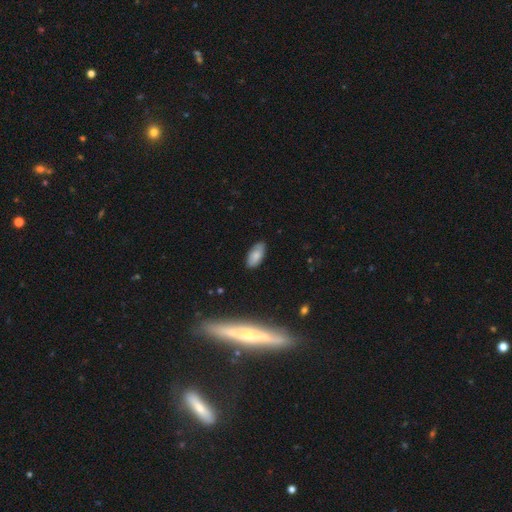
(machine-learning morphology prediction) The model was most divided on "smooth or featured": smooth: 74%, featured or disk: 17%, star or artifact: 9%. More confident: how rounded — in between (93%); merging — none (81%).